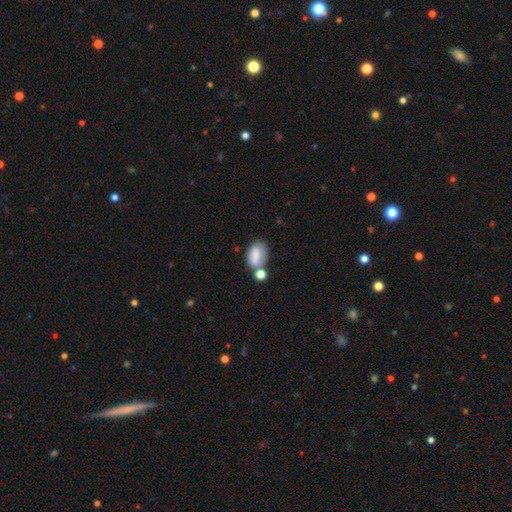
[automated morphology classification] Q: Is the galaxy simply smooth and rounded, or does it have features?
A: smooth — 78%.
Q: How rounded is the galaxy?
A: in between — 88%.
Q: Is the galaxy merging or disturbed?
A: none — 46%.